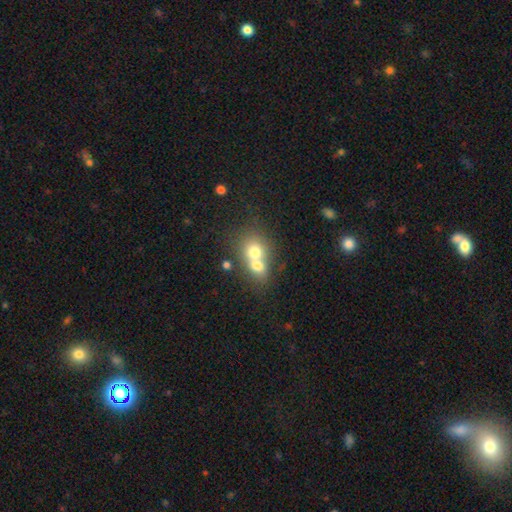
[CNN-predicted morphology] Smooth or featured?
  - smooth: 65% *
  - featured or disk: 22%
  - star or artifact: 13%
How rounded?
  - round: 67% *
  - in between: 32%
  - cigar-shaped: 1%
Merging?
  - merger: 66% *
  - none: 25%
  - minor disturbance: 6%
  - major disturbance: 3%